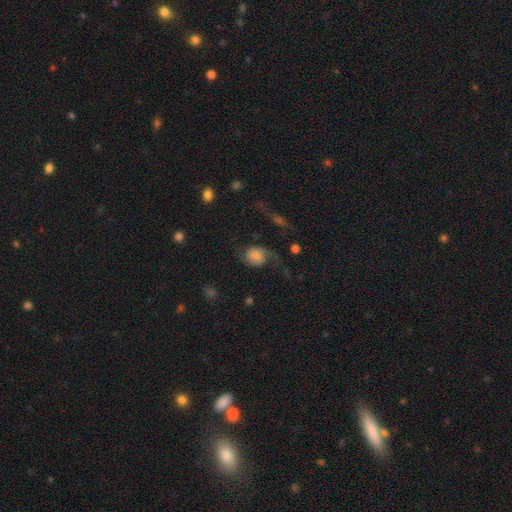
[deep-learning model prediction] This is possibly a smooth galaxy (47%). Merging: marginally none (40%).